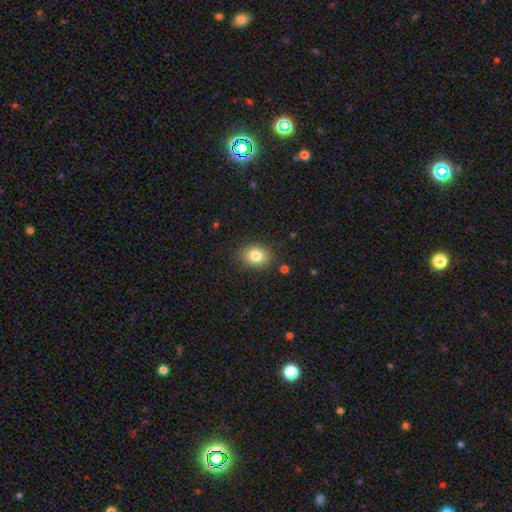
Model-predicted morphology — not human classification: This appears to be a smooth galaxy with no disk features (82%) that is in between round and cigar-shaped (55%). Merging: none (86%).